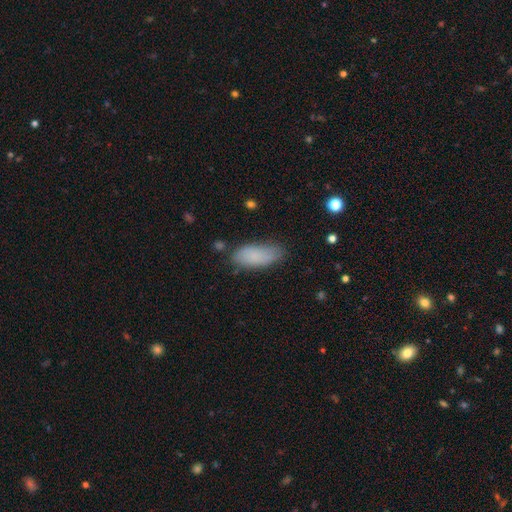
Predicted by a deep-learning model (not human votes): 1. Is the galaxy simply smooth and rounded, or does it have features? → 85% smooth, 8% featured or disk, 7% star or artifact.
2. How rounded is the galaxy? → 82% in between, 16% cigar-shaped, 2% round.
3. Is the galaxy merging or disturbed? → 73% none, 20% minor disturbance, 5% major disturbance, 2% merger.